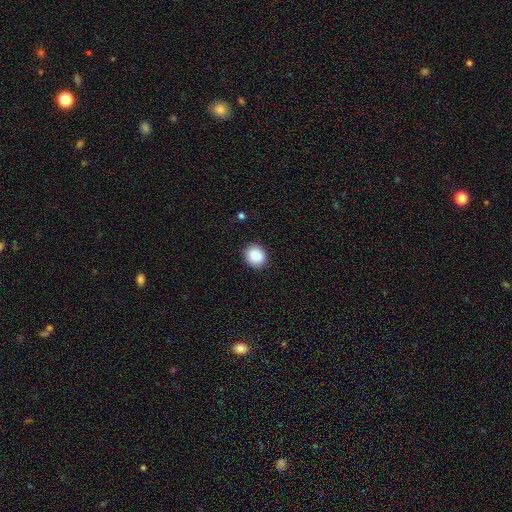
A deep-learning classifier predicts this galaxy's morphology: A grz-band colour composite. It shows a smooth galaxy with no disk features (89%) that is round (75%). Merging: none (90%).